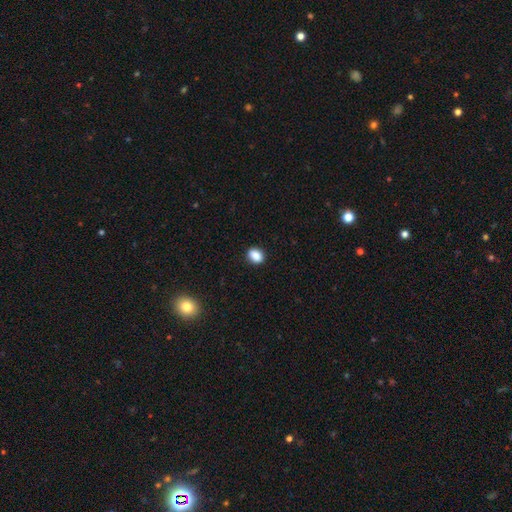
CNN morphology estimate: smooth_or_featured: smooth (p=0.87) [alt: star or artifact p=0.09]
how_rounded: in between (p=0.68) [alt: round p=0.30]
merging: none (p=0.88) [alt: minor disturbance p=0.09]